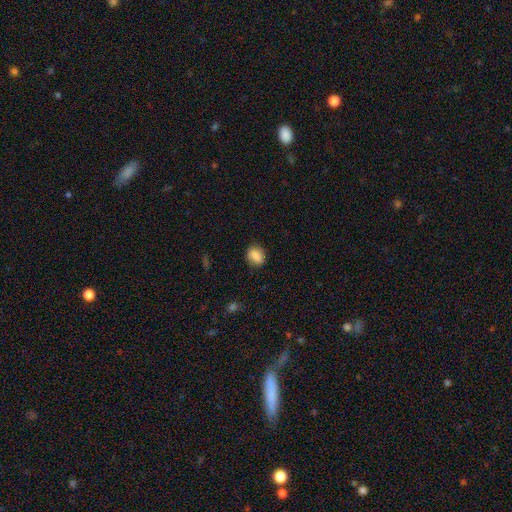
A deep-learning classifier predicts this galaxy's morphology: Smooth or featured: smooth — 84% (star or artifact — 8%)
How rounded: round — 52% (in between — 46%)
Merging: none — 80% (minor disturbance — 15%)